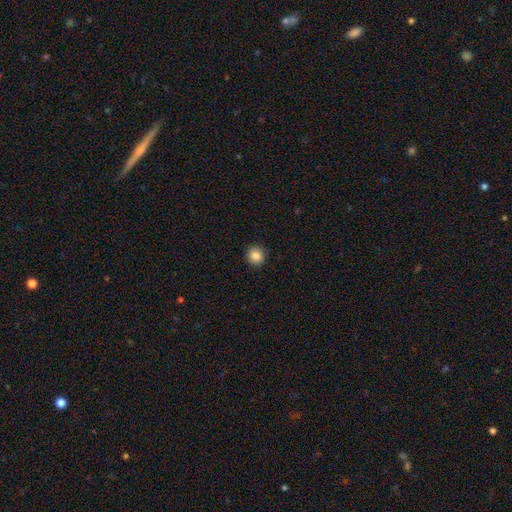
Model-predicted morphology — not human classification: This is clearly a smooth galaxy (85%). How rounded: clearly round (86%). Merging: clearly none (91%).